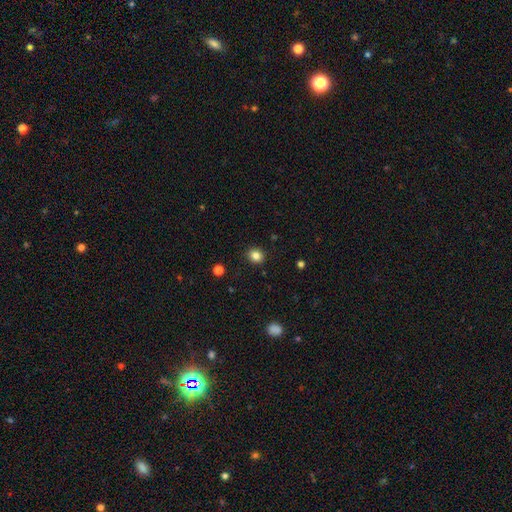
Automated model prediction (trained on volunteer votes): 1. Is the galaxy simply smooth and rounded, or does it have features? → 83% smooth, 12% star or artifact, 5% featured or disk.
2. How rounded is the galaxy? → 79% round, 20% in between, 1% cigar-shaped.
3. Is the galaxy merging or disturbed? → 89% none, 7% minor disturbance, 2% major disturbance, 1% merger.